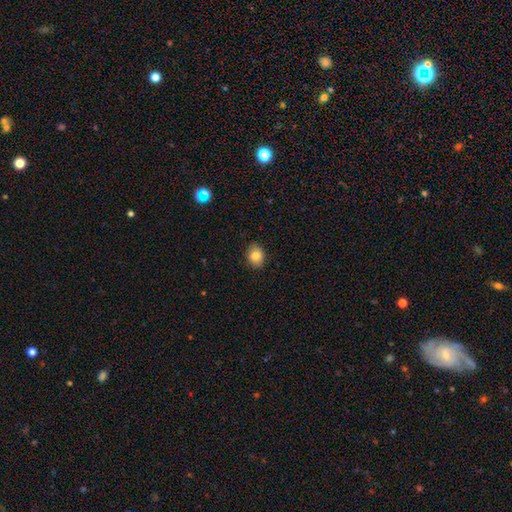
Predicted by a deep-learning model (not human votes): Q: Smooth or featured?
A: smooth (83%); runner-up: star or artifact (9%)
Q: How rounded?
A: round (50%); runner-up: in between (49%)
Q: Merging?
A: none (84%); runner-up: minor disturbance (13%)